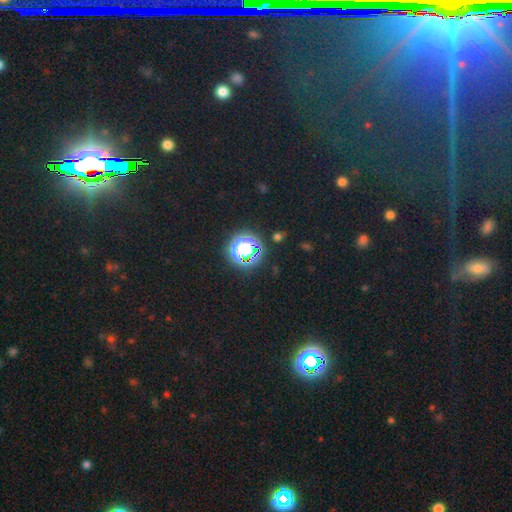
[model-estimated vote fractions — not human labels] This is likely a star or artifact rather than a galaxy (74%).